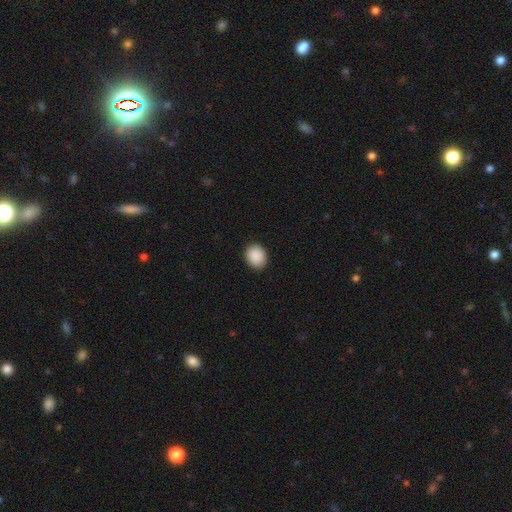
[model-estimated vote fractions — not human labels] smooth-or-featured: smooth: 90% | star or artifact: 7% | featured or disk: 2%
  how-rounded: round: 64% | in between: 36% | cigar-shaped: 1%
  merging: none: 90% | minor disturbance: 8% | major disturbance: 2% | merger: 1%